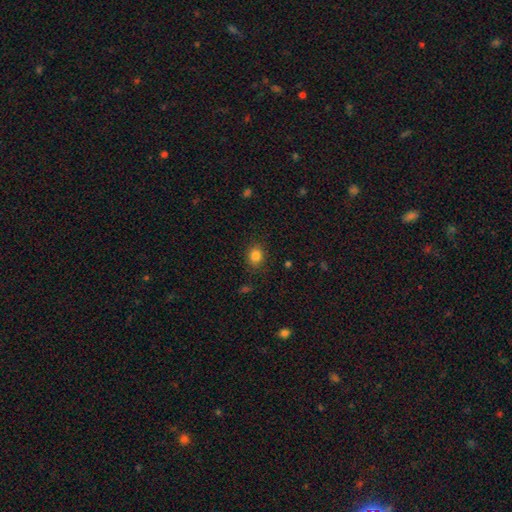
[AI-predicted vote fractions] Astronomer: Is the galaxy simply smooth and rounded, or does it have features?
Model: smooth — 84%.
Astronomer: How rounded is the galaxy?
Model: round — 61% (runner-up: in between, 38%).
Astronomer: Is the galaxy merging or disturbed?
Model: none — 85%.